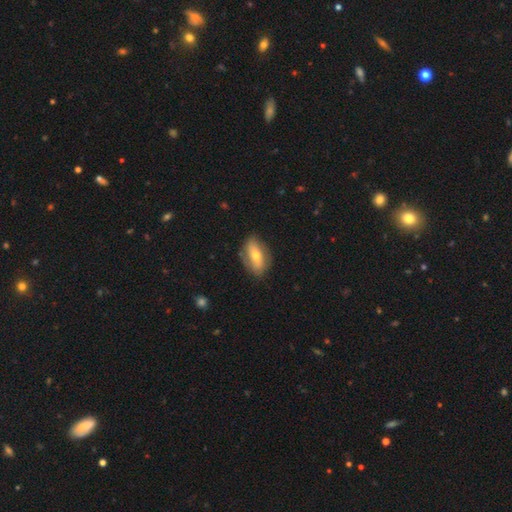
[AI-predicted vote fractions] A smooth galaxy with no disk features (53%) that is in between round and cigar-shaped (86%).

Vote fractions:
- Smooth or featured? smooth: 53% / featured or disk: 40% / star or artifact: 7%
- How rounded? in between: 86% / cigar-shaped: 8% / round: 6%
- Merging? none: 75% / minor disturbance: 18% / major disturbance: 5% / merger: 2%